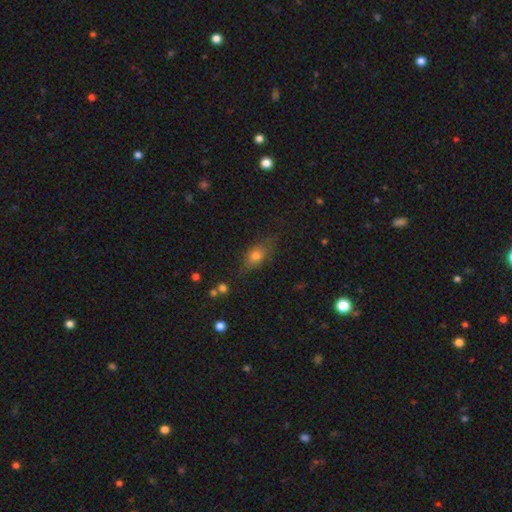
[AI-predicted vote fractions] Smooth or featured?
  - smooth: 68% *
  - featured or disk: 20%
  - star or artifact: 12%
How rounded?
  - in between: 71% *
  - round: 16%
  - cigar-shaped: 13%
Merging?
  - none: 69% *
  - minor disturbance: 21%
  - major disturbance: 7%
  - merger: 3%